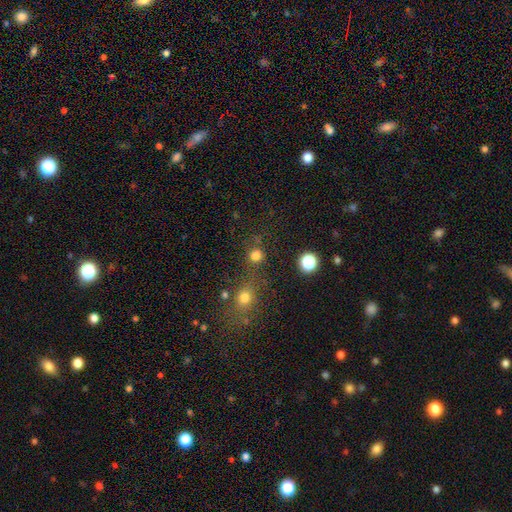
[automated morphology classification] smooth 77%, star or artifact 18%, featured or disk 5%. Down the decision tree: how rounded — round (91%); merging — none (73%).